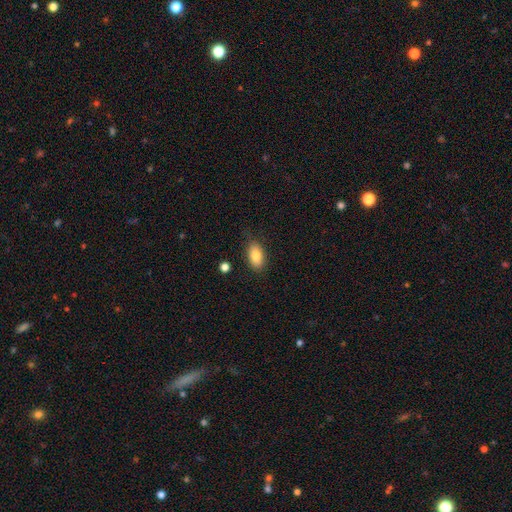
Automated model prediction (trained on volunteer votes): Overall: smooth (84%). How rounded: in between (91%). Merging: none (80%).